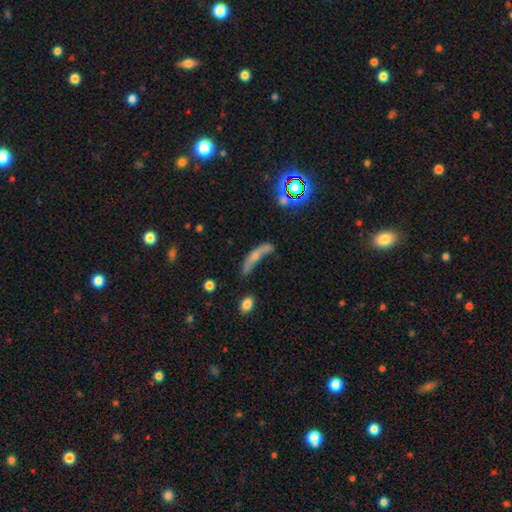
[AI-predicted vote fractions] This appears to be a smooth galaxy with no disk features (46%). Merging: major disturbance (33%).